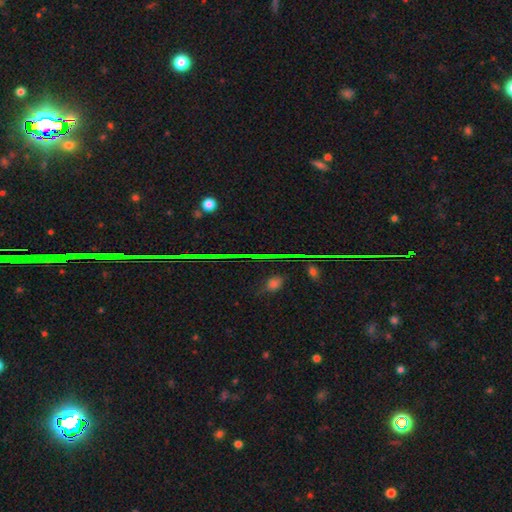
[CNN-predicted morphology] A star or artifact, not a galaxy (81%).

Vote fractions:
- Smooth or featured? star or artifact: 81% / featured or disk: 10% / smooth: 10%